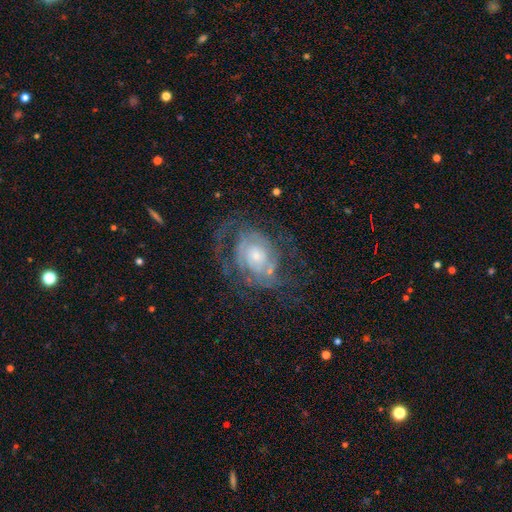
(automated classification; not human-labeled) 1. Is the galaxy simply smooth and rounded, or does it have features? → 78% featured or disk, 15% smooth, 7% star or artifact.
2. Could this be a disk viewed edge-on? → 97% no, 3% yes.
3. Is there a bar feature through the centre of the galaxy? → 77% no, 19% weak, 4% strong.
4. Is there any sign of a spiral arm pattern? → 81% yes, 19% no.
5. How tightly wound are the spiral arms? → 54% tight, 31% medium, 14% loose.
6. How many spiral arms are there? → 43% can't tell, 29% 2, 11% 3, 7% 1, 6% 4, 5% more than 4.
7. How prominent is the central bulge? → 52% small, 34% moderate, 8% large, 4% none, 2% dominant.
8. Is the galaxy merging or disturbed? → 59% none, 22% major disturbance, 18% minor disturbance, 2% merger.